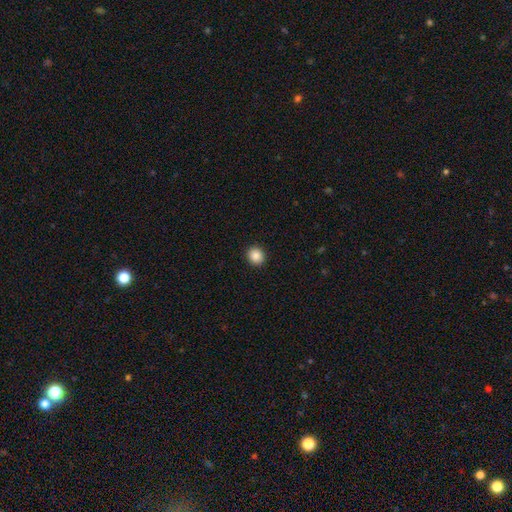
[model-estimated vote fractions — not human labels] A smooth galaxy with no disk features (87%) that is round (83%). Merging: none (92%).